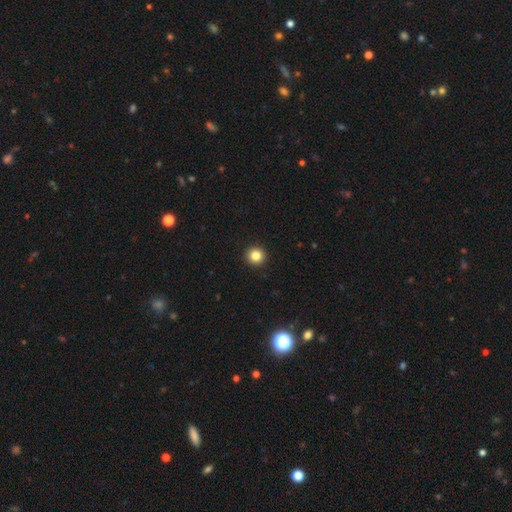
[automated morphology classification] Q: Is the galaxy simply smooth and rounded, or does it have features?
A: smooth — 84%.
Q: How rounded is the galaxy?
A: round — 94%.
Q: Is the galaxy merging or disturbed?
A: none — 94%.